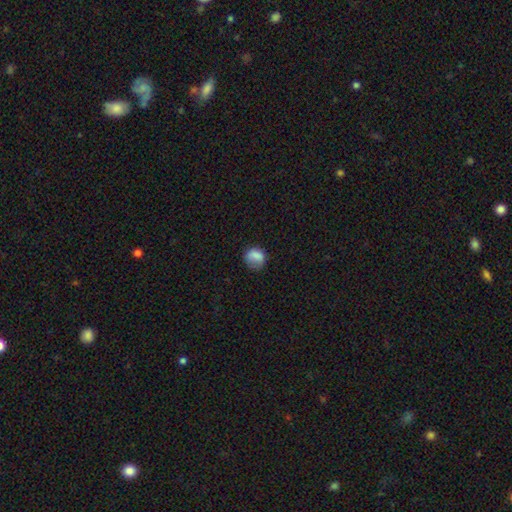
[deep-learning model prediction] smooth_or_featured: smooth (p=0.81) [alt: featured or disk p=0.10]
how_rounded: round (p=0.68) [alt: in between p=0.31]
merging: none (p=0.56) [alt: minor disturbance p=0.28]